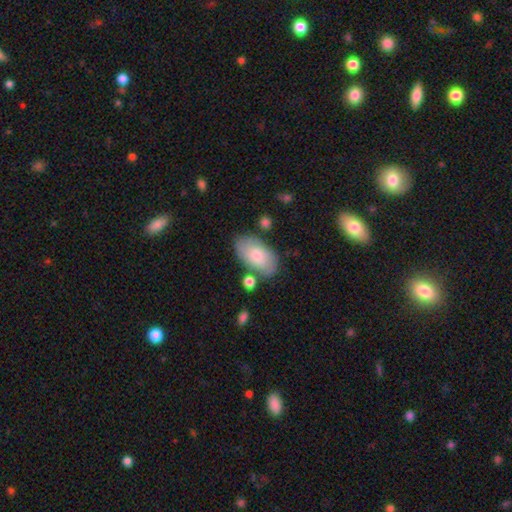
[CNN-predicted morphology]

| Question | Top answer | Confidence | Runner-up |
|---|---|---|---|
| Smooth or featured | smooth | 73% | featured or disk (21%) |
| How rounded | in between | 95% | round (4%) |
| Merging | none | 72% | minor disturbance (17%) |